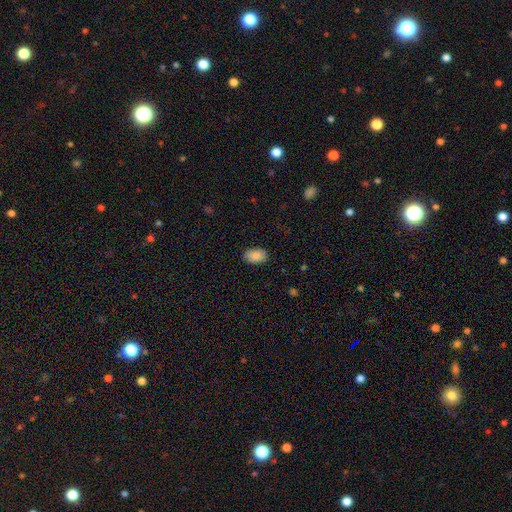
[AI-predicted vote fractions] This appears to be a smooth galaxy with no disk features (89%) that is in between round and cigar-shaped (89%). Merging: none (86%).